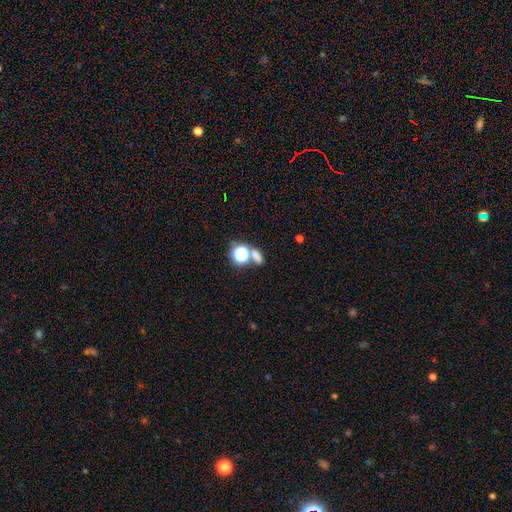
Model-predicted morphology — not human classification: A smooth galaxy with no disk features (60%) that is in between round and cigar-shaped (54%). Merging: none (56%).